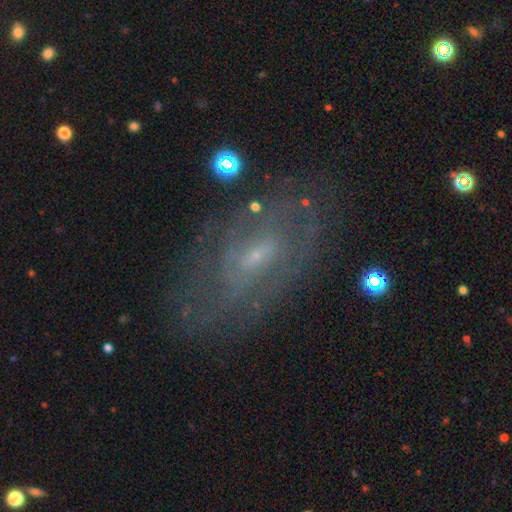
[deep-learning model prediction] This is likely a featured or disk galaxy (77%). It is clearly not viewed edge-on (94%). Bar: possibly weak (48%). Spiral arm pattern: likely yes (77%). Spiral arm count: possibly can't tell (54%). Spiral winding: possibly tight (53%). Central bulge: likely small (78%). Merging: likely none (71%).